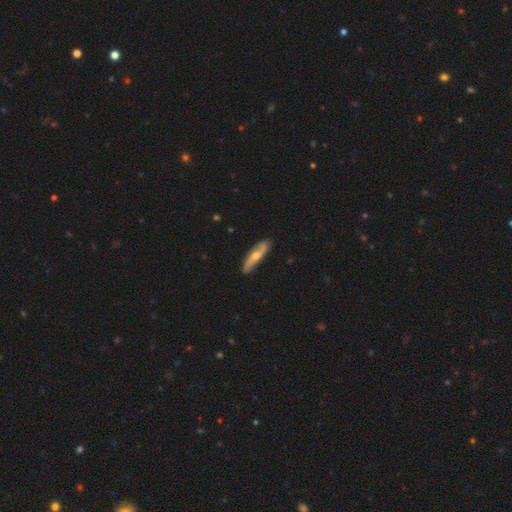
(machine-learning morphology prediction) featured or disk 57%, smooth 38%, star or artifact 5%. Down the decision tree: edge-on disk — yes (50%, tied with no); merging — none (83%).